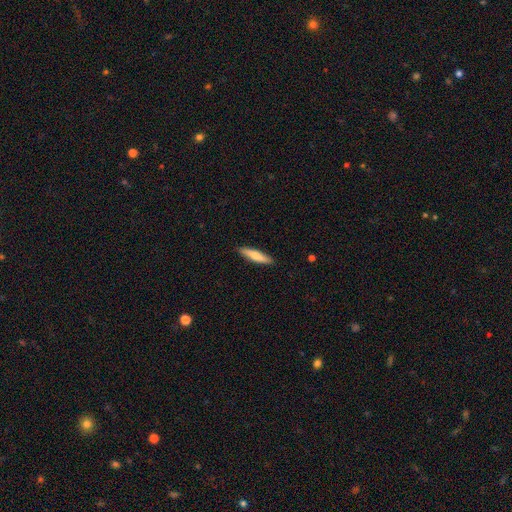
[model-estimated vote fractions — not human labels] Overall: smooth (69%). How rounded: cigar-shaped (82%). Merging: none (89%).